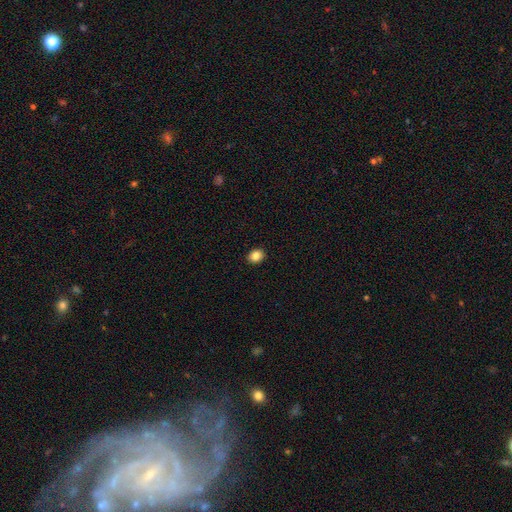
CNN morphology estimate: Smooth or featured? smooth (86%)
How rounded? in between (53%)
Merging? none (91%)